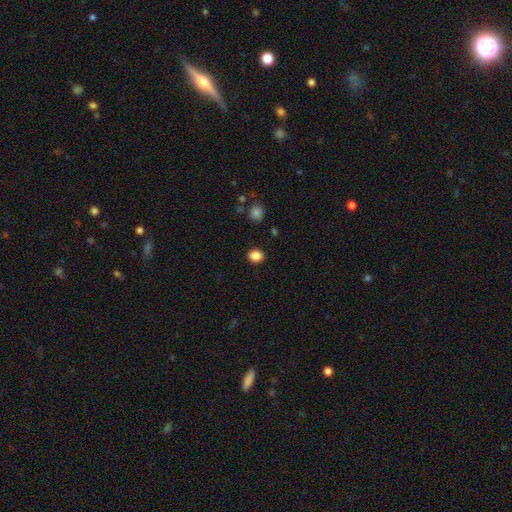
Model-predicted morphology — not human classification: Smooth or featured: smooth — 87% (star or artifact — 10%)
How rounded: round — 58% (in between — 41%)
Merging: none — 89% (minor disturbance — 7%)